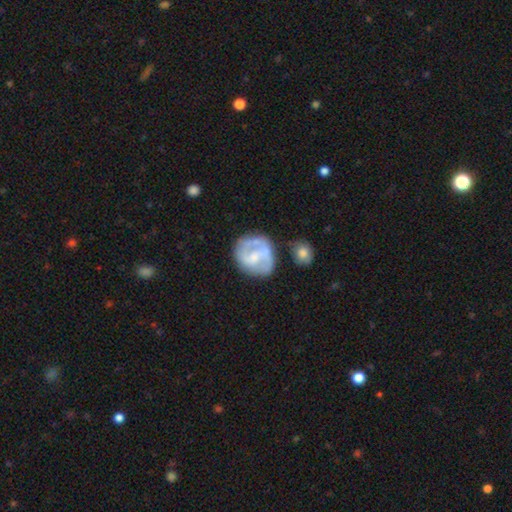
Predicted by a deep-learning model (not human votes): smooth-or-featured: featured or disk: 62% | smooth: 32% | star or artifact: 6%
  disk-edge-on: no: 98% | yes: 2%
    bar: no: 43% | weak: 42% | strong: 15%
    has-spiral-arms: yes: 64% | no: 36%
    bulge-size: small: 40% (tied) | moderate: 40% (tied) | none: 14% | large: 4% | dominant: 1%
  merging: none: 56% | minor disturbance: 22% | major disturbance: 12% | merger: 10%